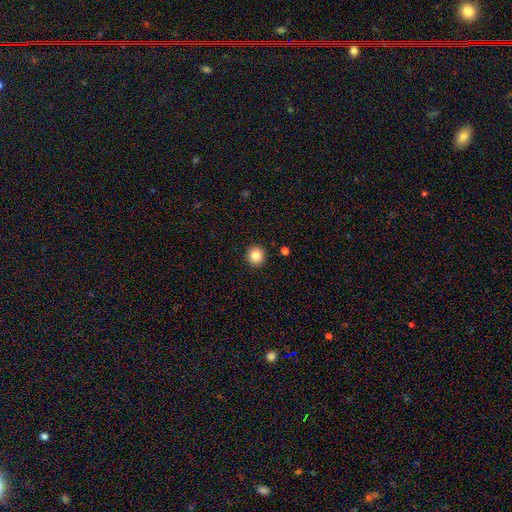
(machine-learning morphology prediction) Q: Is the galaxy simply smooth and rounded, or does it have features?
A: smooth — 85%.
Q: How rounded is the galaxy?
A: round — 94%.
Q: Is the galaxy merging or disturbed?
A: none — 93%.